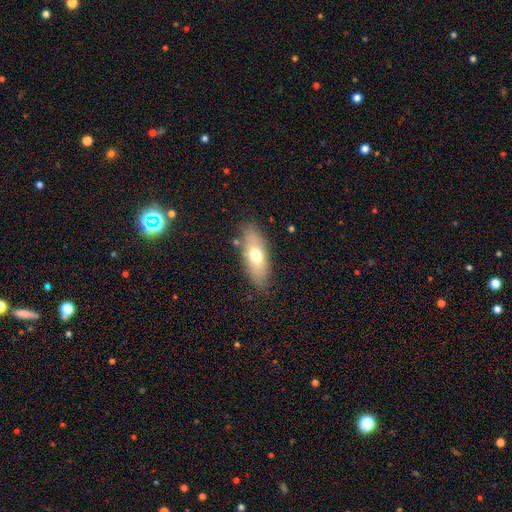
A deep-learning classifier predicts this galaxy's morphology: The model was most divided on "smooth or featured": smooth: 68%, featured or disk: 25%, star or artifact: 7%. More confident: merging — none (82%); how rounded — in between (75%).